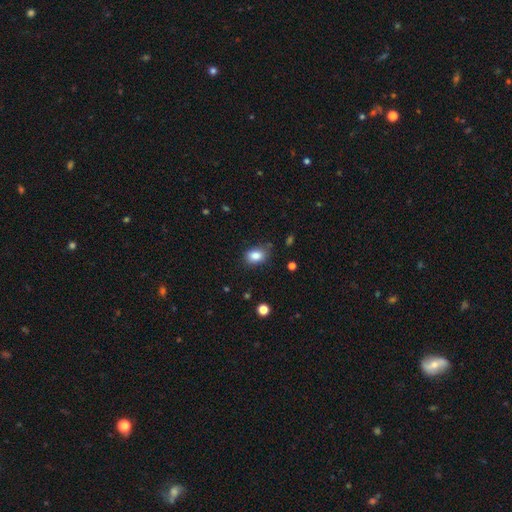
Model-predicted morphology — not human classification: This is clearly a smooth galaxy (84%). How rounded: likely in between (71%). Merging: likely none (77%).